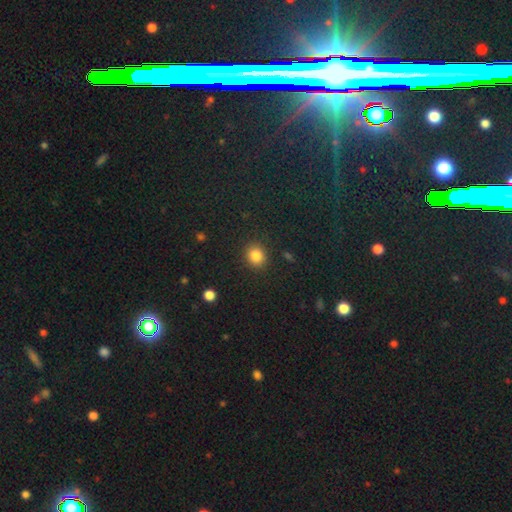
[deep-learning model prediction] Overall: smooth (84%). How rounded: round (75%). Merging: none (89%).